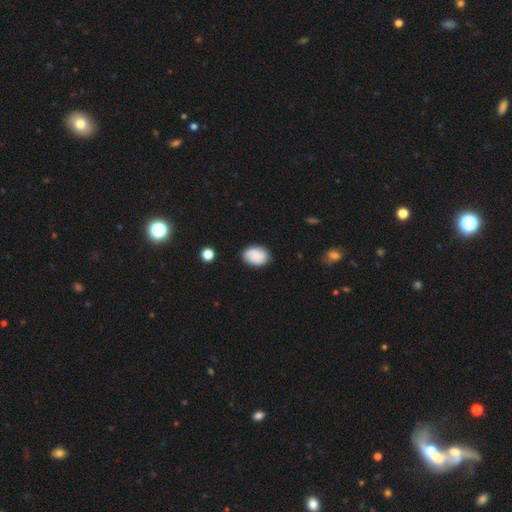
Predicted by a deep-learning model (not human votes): A smooth galaxy with no disk features (83%) that is in between round and cigar-shaped (81%). Merging: none (83%).